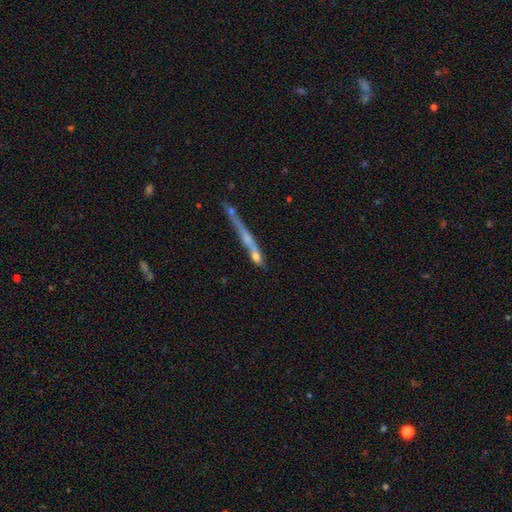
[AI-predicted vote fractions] Smooth or featured?
  - featured or disk: 56% *
  - smooth: 30%
  - star or artifact: 14%
Edge-on disk?
  - yes: 83% *
  - no: 17%
Merging?
  - none: 51% *
  - merger: 25%
  - minor disturbance: 15%
  - major disturbance: 10%